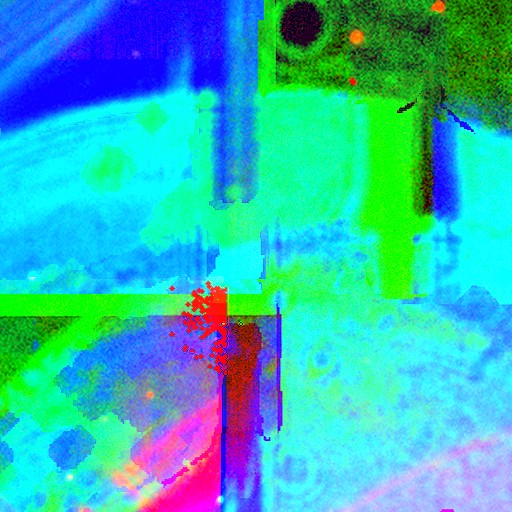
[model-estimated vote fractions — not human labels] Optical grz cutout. It shows a star or artifact, not a galaxy (86%).